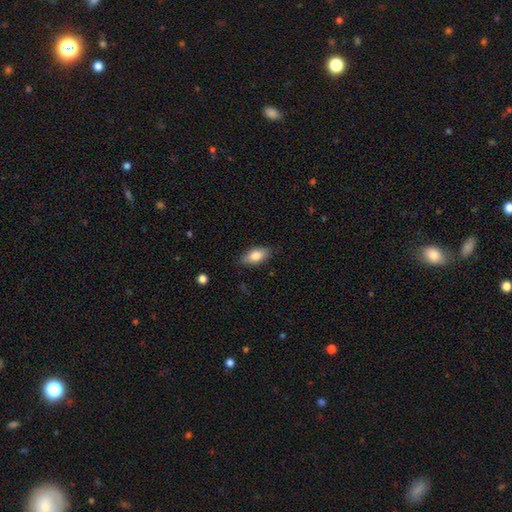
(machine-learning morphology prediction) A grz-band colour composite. It shows a smooth galaxy with no disk features (80%) that is in between round and cigar-shaped (89%). Merging: none (83%).